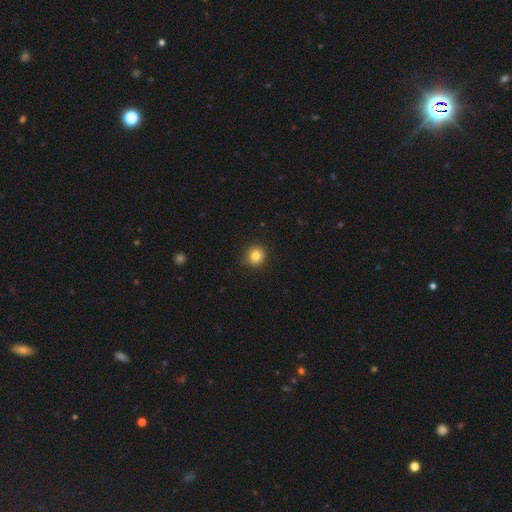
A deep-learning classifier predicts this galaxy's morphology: This is clearly a smooth galaxy (83%). How rounded: clearly round (89%). Merging: clearly none (88%).